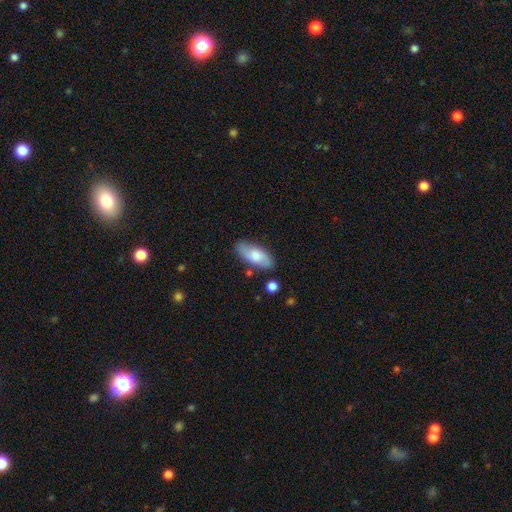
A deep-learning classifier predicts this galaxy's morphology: This is likely a smooth galaxy (66%). How rounded: clearly in between (84%). Merging: likely none (79%).